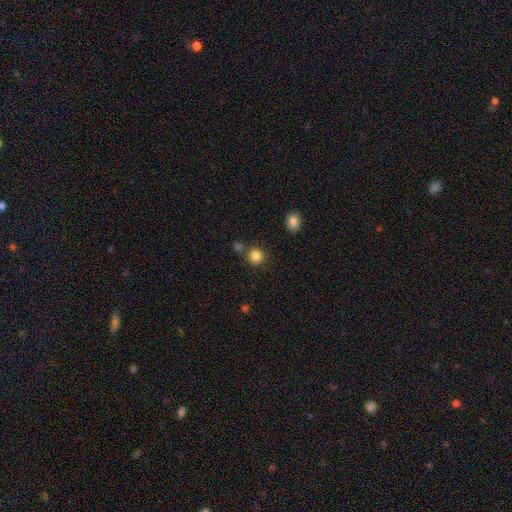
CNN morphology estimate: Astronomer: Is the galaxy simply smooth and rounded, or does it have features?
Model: smooth — 84%.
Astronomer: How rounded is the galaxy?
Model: round — 90%.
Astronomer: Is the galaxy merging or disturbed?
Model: none — 77%.